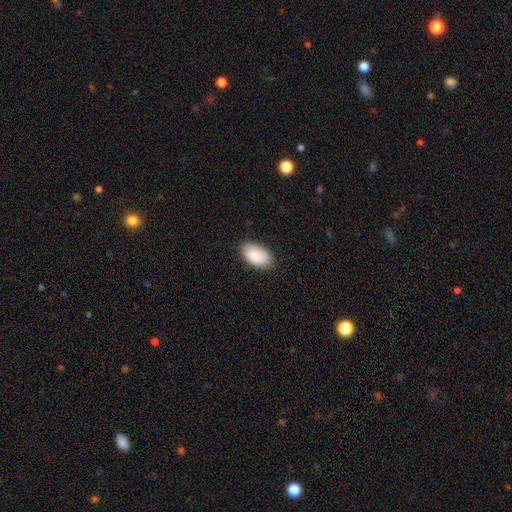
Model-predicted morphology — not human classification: Q: Smooth or featured?
A: smooth (87%); runner-up: featured or disk (7%)
Q: How rounded?
A: in between (94%); runner-up: round (5%)
Q: Merging?
A: none (81%); runner-up: minor disturbance (15%)